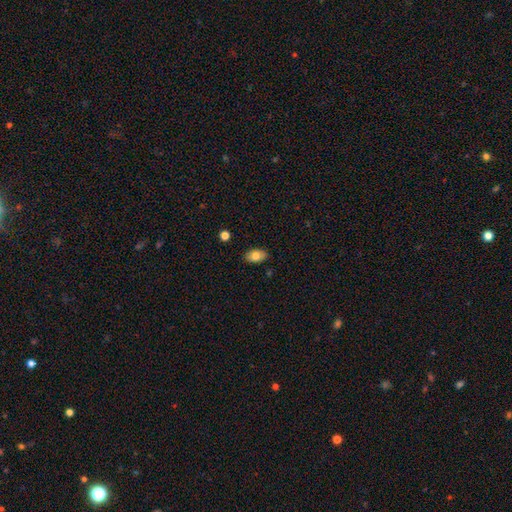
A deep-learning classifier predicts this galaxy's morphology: Smooth or featured: smooth — 80% (featured or disk — 12%)
How rounded: in between — 89% (round — 9%)
Merging: none — 87% (minor disturbance — 10%)